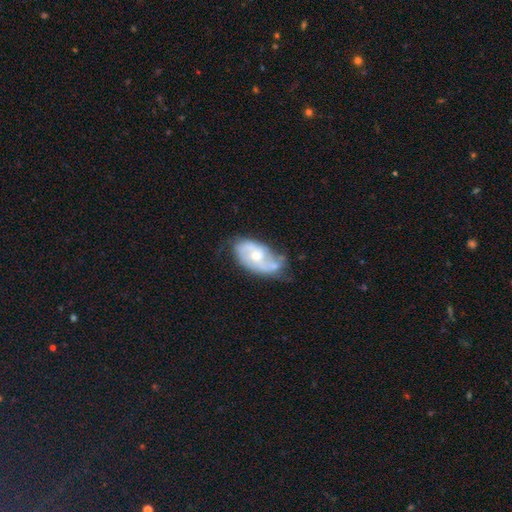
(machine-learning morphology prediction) A featured or disk galaxy (71%) with no bar (67%), 2 (67%) medium (43%) spiral arms (81%) and a moderate central bulge (52%). Merging: none (41%).